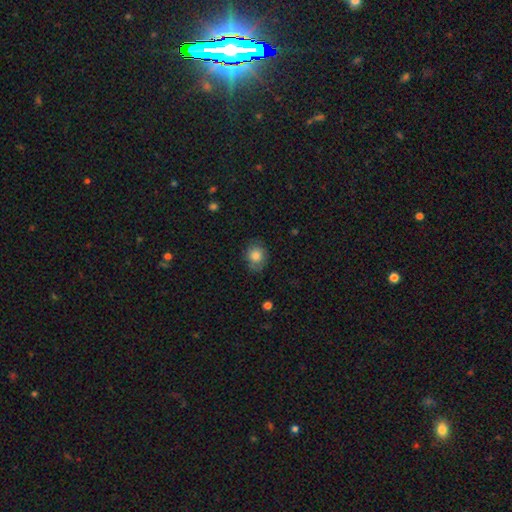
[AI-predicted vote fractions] The model was most divided on "how rounded": round: 62%, in between: 37%, cigar-shaped: 1%. More confident: smooth or featured — smooth (83%); merging — none (74%).